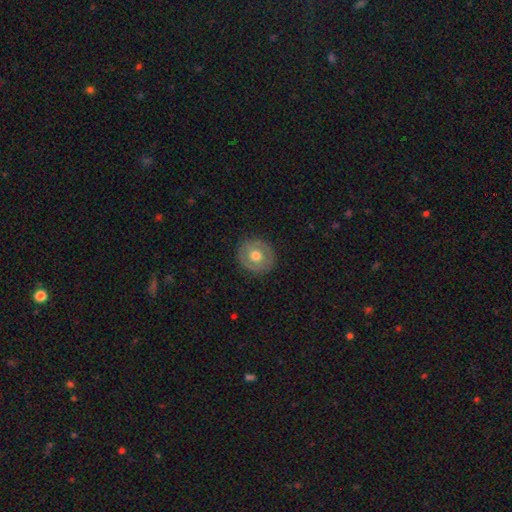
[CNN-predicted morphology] Q: Smooth or featured?
A: smooth (54%); runner-up: featured or disk (39%)
Q: How rounded?
A: round (83%); runner-up: in between (17%)
Q: Merging?
A: none (86%); runner-up: minor disturbance (10%)